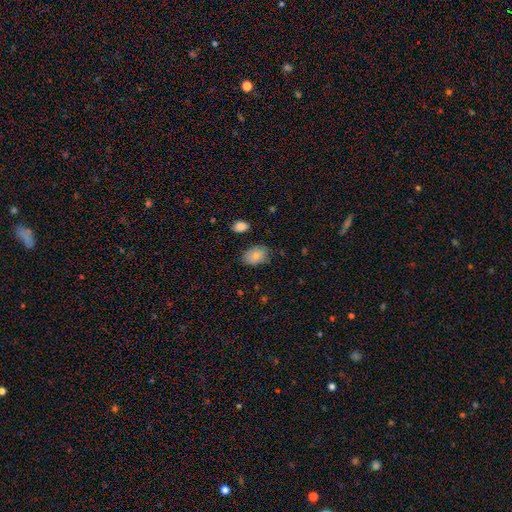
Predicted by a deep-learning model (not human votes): smooth-or-featured: smooth: 81% | featured or disk: 11% | star or artifact: 8%
  how-rounded: in between: 81% | round: 18% | cigar-shaped: 1%
  merging: none: 75% | minor disturbance: 19% | major disturbance: 4% | merger: 2%